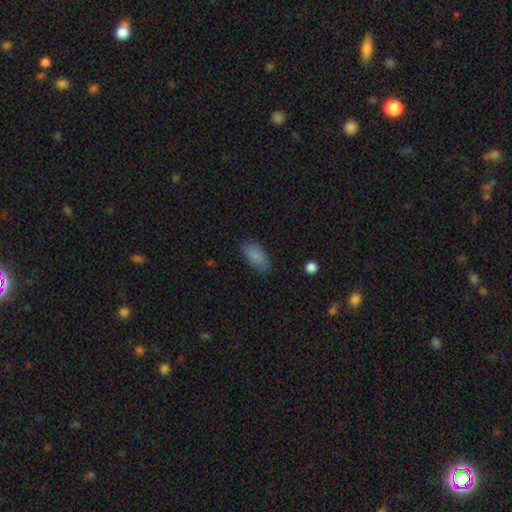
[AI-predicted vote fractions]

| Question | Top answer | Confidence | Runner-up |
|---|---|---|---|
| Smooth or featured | smooth | 85% | featured or disk (8%) |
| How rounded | in between | 92% | cigar-shaped (5%) |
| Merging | none | 76% | minor disturbance (19%) |